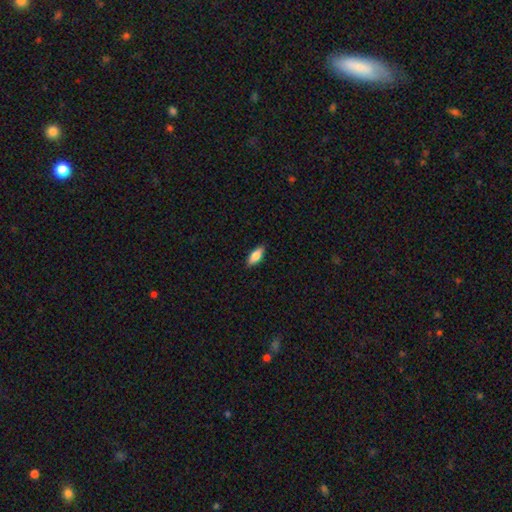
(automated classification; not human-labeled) smooth-or-featured: smooth: 77% | featured or disk: 17% | star or artifact: 6%
  how-rounded: in between: 76% | cigar-shaped: 22% | round: 2%
  merging: none: 88% | minor disturbance: 9% | major disturbance: 2% | merger: 1%